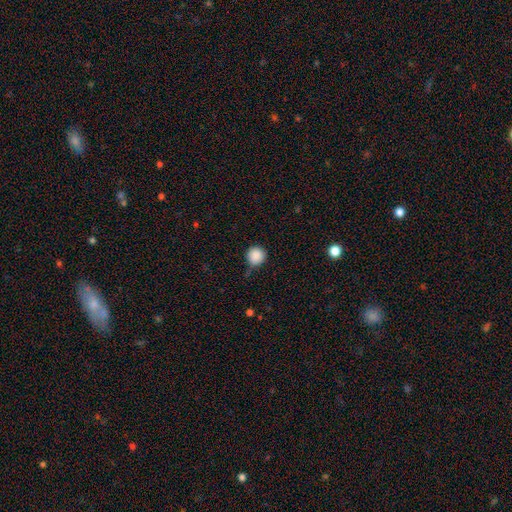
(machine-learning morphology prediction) Smooth or featured?
  - smooth: 88% *
  - star or artifact: 9%
  - featured or disk: 3%
How rounded?
  - round: 95% *
  - in between: 4%
  - cigar-shaped: 1%
Merging?
  - none: 75% *
  - minor disturbance: 18%
  - major disturbance: 4%
  - merger: 3%